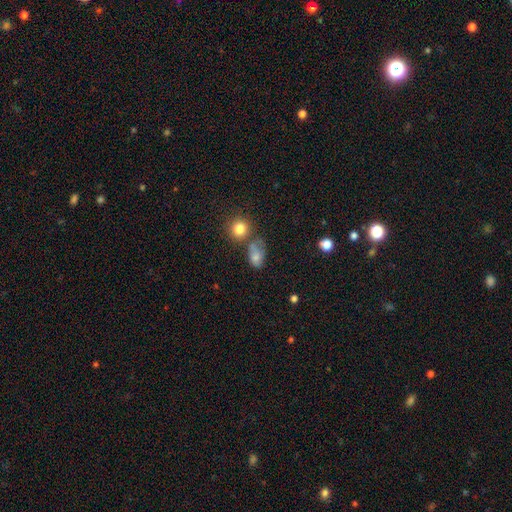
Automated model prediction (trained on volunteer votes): Smooth or featured? smooth (74%)
How rounded? in between (76%)
Merging? none (37%)